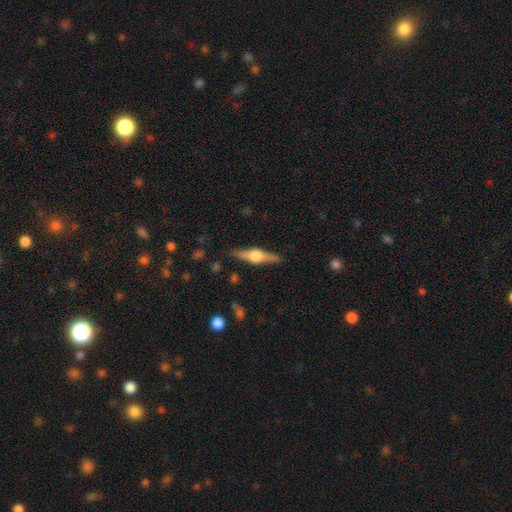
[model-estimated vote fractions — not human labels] A featured or disk galaxy (76%) viewed edge-on (97%) with a rounded central bulge (93%).

Vote fractions:
- Smooth or featured? featured or disk: 76% / smooth: 18% / star or artifact: 6%
- Edge-on disk? yes: 97% / no: 3%
- Edge-on bulge? rounded: 93% / boxy: 6% / none: 1%
- Merging? none: 89% / minor disturbance: 8% / major disturbance: 2% / merger: 1%